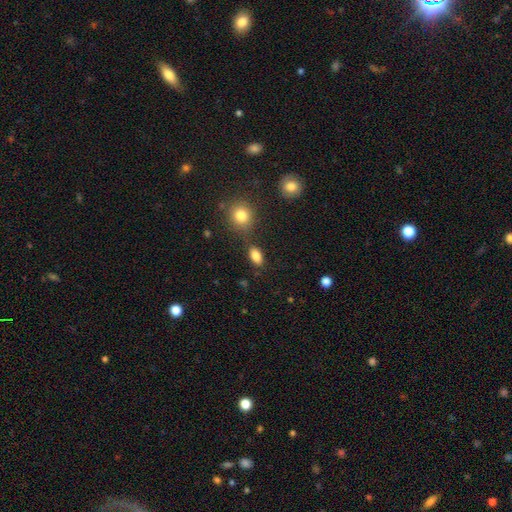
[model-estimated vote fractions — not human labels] Morphology: type=smooth (84%); roundness=in between (87%); merging=none (76%).